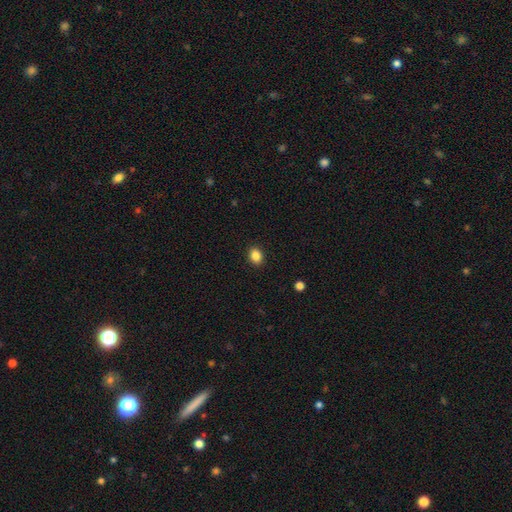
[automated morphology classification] smooth 86%, star or artifact 10%, featured or disk 4%. Down the decision tree: how rounded — in between (63%); merging — none (90%).